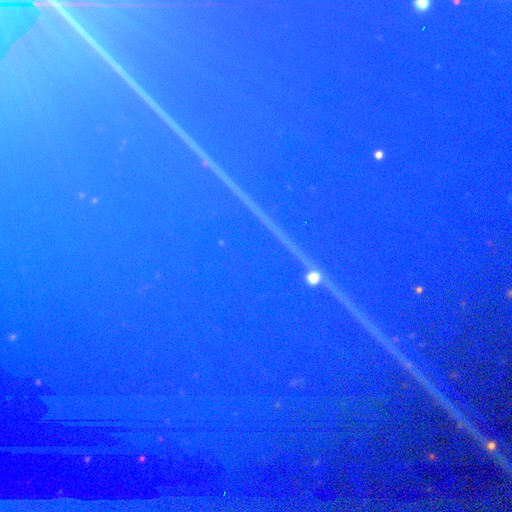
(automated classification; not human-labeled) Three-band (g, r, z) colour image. It shows a star or artifact, not a galaxy (82%).